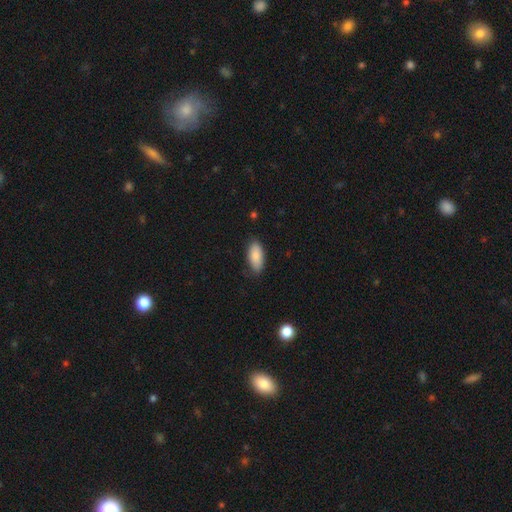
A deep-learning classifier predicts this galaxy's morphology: A smooth galaxy with no disk features (87%) that is in between round and cigar-shaped (90%). Merging: none (81%).